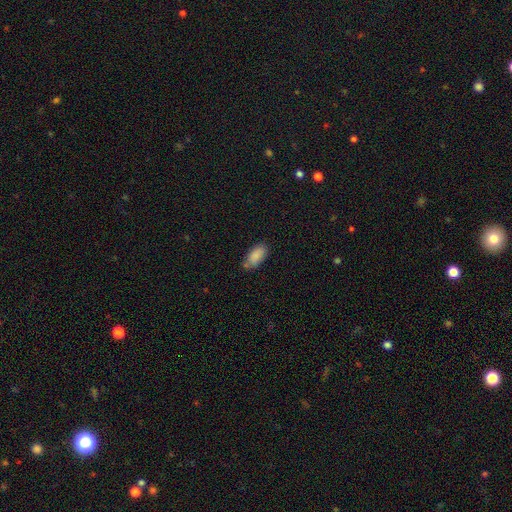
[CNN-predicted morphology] Q: Smooth or featured?
A: smooth (88%); runner-up: star or artifact (7%)
Q: How rounded?
A: in between (90%); runner-up: cigar-shaped (7%)
Q: Merging?
A: none (70%); runner-up: minor disturbance (20%)